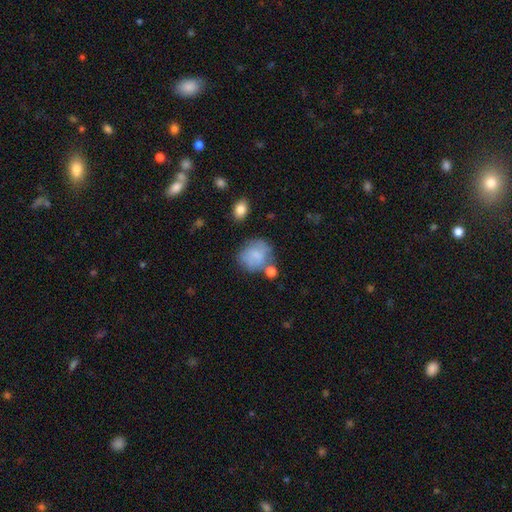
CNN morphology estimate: type=smooth (68%); roundness=round (73%); merging=none (52%).